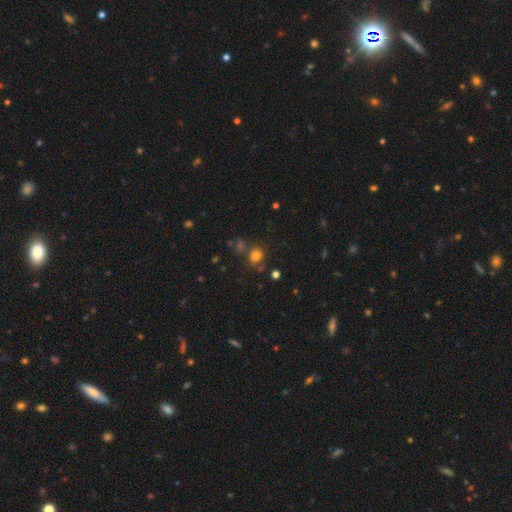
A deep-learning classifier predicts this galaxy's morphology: Smooth or featured? Predicted: smooth (p=0.74). How rounded? Predicted: round (p=0.78). Merging? Predicted: none (p=0.70).